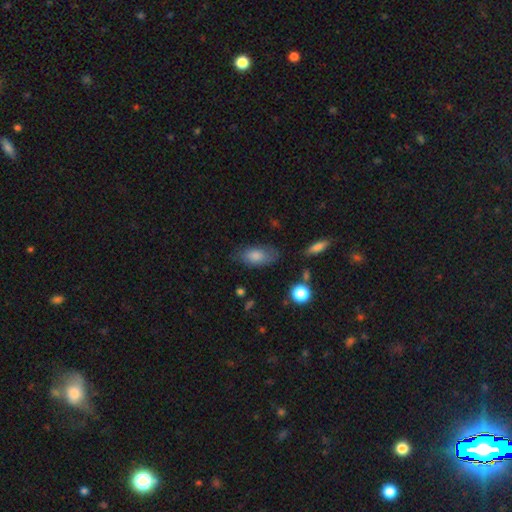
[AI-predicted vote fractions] Q: Smooth or featured?
A: smooth (76%); runner-up: featured or disk (16%)
Q: How rounded?
A: in between (89%); runner-up: cigar-shaped (6%)
Q: Merging?
A: none (70%); runner-up: minor disturbance (22%)